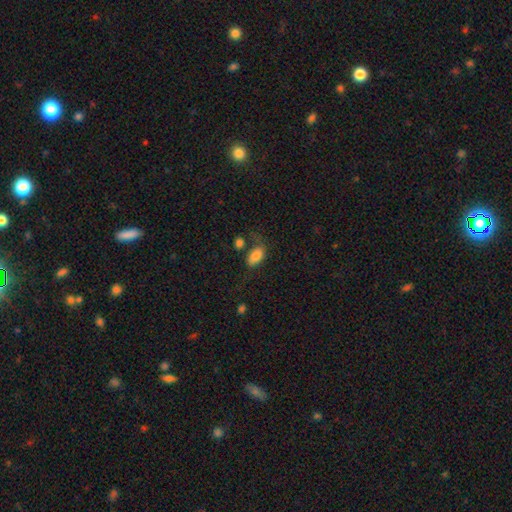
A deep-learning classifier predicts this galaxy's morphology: smooth-or-featured: smooth: 81% | featured or disk: 10% | star or artifact: 8%
  how-rounded: in between: 92% | round: 6% | cigar-shaped: 2%
  merging: none: 51% | minor disturbance: 21% | merger: 14% | major disturbance: 13%